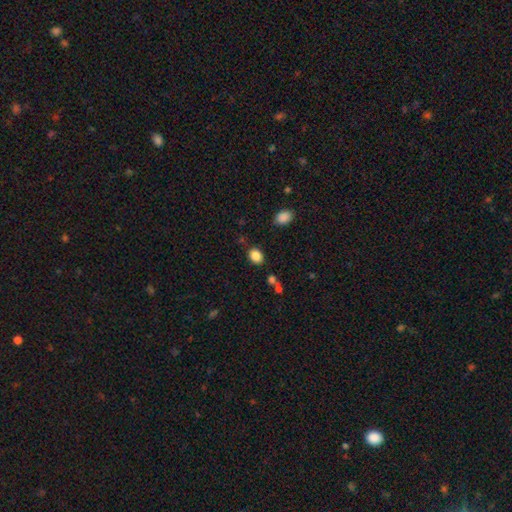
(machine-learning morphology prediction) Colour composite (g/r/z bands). It shows a smooth galaxy with no disk features (86%) that is in between round and cigar-shaped (62%). Merging: none (81%).